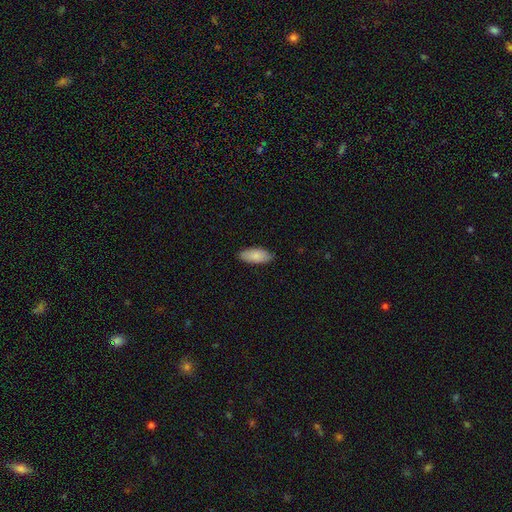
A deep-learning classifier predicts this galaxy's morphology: A smooth galaxy with no disk features (85%) that is in between round and cigar-shaped (86%).

Vote fractions:
- Smooth or featured? smooth: 85% / featured or disk: 9% / star or artifact: 6%
- How rounded? in between: 86% / cigar-shaped: 12% / round: 2%
- Merging? none: 86% / minor disturbance: 11% / major disturbance: 2% / merger: 1%